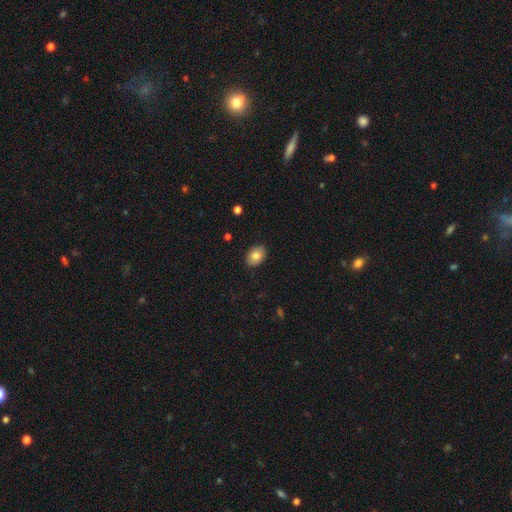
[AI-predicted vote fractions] Overall: smooth (83%). How rounded: in between (82%). Merging: none (88%).